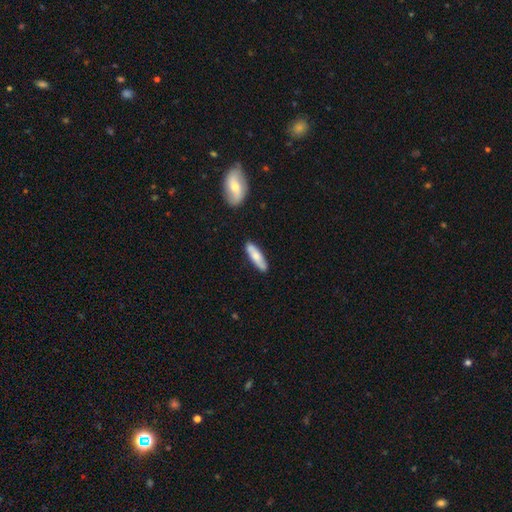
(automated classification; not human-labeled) A smooth galaxy with no disk features (65%) that is cigar-shaped (66%).

Vote fractions:
- Smooth or featured? smooth: 65% / featured or disk: 29% / star or artifact: 5%
- How rounded? cigar-shaped: 66% / in between: 32% / round: 2%
- Merging? none: 84% / minor disturbance: 11% / merger: 3% / major disturbance: 2%